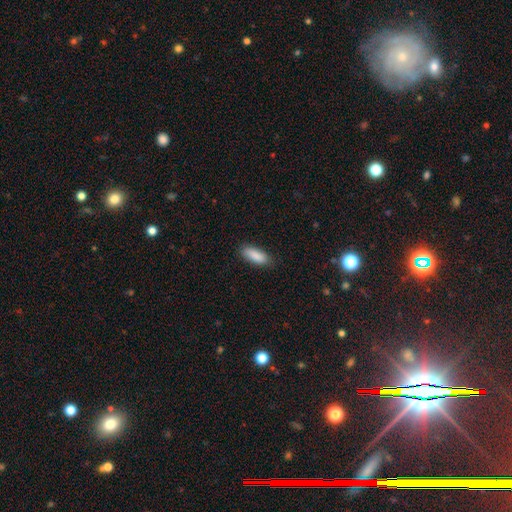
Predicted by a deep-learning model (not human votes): A smooth galaxy with no disk features (90%) that is in between round and cigar-shaped (71%). Merging: none (86%).